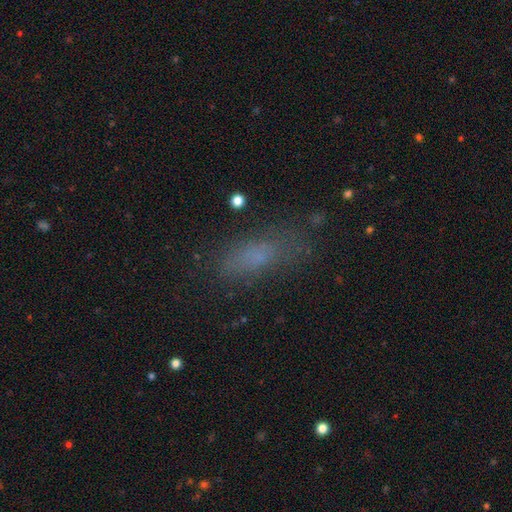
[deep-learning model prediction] Q: Smooth or featured?
A: smooth (68%); runner-up: featured or disk (16%)
Q: How rounded?
A: in between (68%); runner-up: cigar-shaped (28%)
Q: Merging?
A: none (69%); runner-up: minor disturbance (19%)